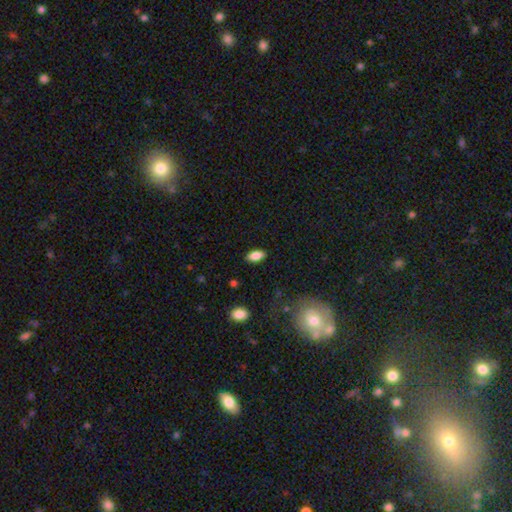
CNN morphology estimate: Smooth or featured?
  - smooth: 84% *
  - featured or disk: 8%
  - star or artifact: 8%
How rounded?
  - in between: 88% *
  - cigar-shaped: 9%
  - round: 3%
Merging?
  - none: 87% *
  - minor disturbance: 9%
  - major disturbance: 2%
  - merger: 1%